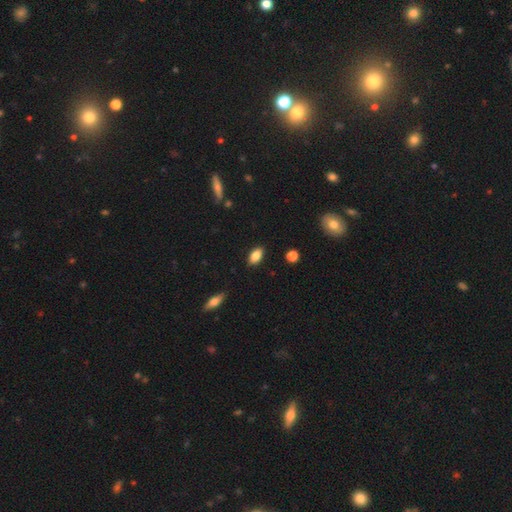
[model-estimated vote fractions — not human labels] This appears to be a smooth galaxy with no disk features (83%) that is in between round and cigar-shaped (90%). Merging: none (87%).